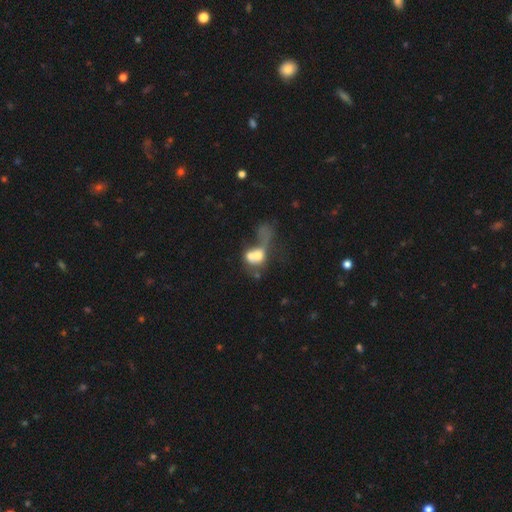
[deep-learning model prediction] Q: Smooth or featured?
A: smooth (53%); runner-up: featured or disk (35%)
Q: How rounded?
A: in between (50%); runner-up: round (47%)
Q: Merging?
A: merger (62%); runner-up: major disturbance (23%)